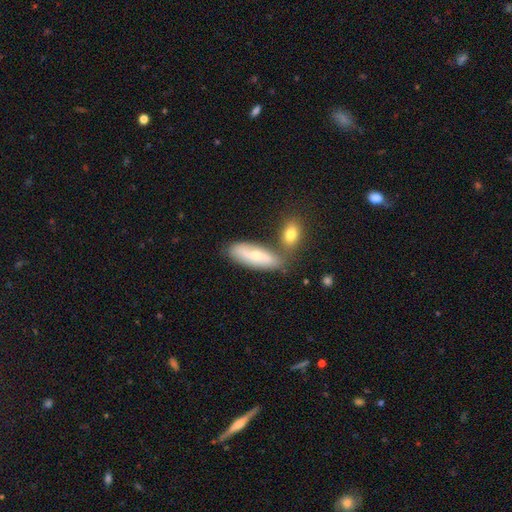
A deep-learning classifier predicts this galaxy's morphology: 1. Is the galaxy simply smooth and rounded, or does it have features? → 53% smooth, 41% featured or disk, 7% star or artifact.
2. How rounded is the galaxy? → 67% in between, 30% cigar-shaped, 3% round.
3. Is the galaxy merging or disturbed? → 57% none, 24% merger, 15% minor disturbance, 4% major disturbance.